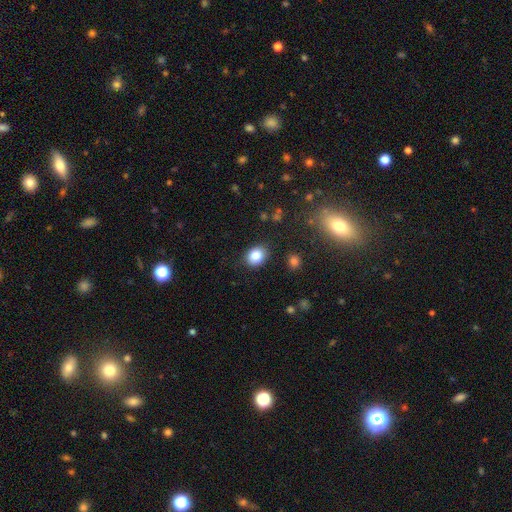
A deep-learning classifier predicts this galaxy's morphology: smooth-or-featured: smooth: 83% | star or artifact: 10% | featured or disk: 7%
  how-rounded: round: 51% | in between: 48% | cigar-shaped: 1%
  merging: none: 87% | minor disturbance: 9% | major disturbance: 3% | merger: 2%